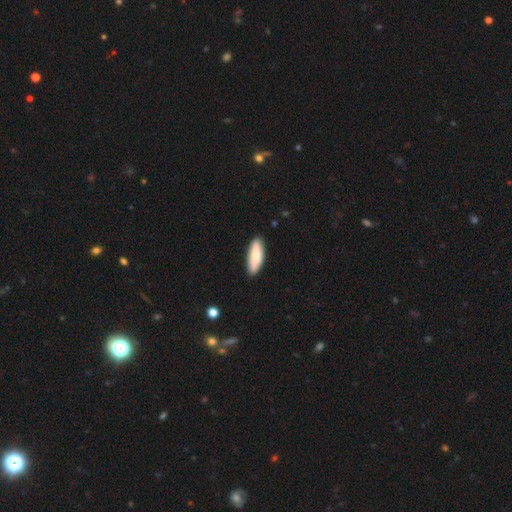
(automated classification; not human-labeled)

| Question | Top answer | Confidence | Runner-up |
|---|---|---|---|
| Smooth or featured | smooth | 82% | featured or disk (13%) |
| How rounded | in between | 62% | cigar-shaped (36%) |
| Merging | none | 88% | minor disturbance (9%) |